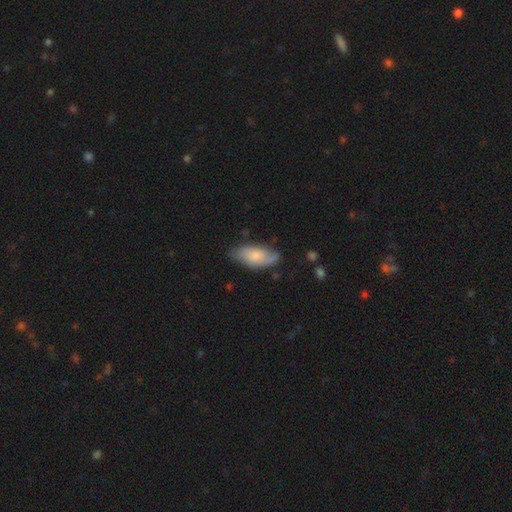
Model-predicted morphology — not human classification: This is likely a smooth galaxy (68%). How rounded: clearly in between (88%). Merging: likely none (64%).